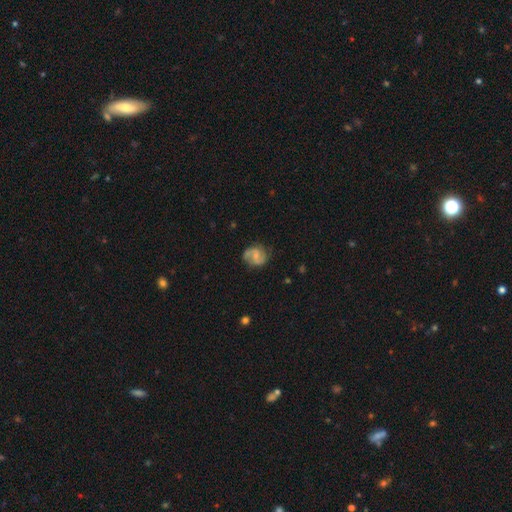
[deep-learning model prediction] Smooth or featured: featured or disk — 69% (smooth — 24%)
Edge-on disk: no — 98% (yes — 2%)
Bar: no — 45% (tied with weak — 45%)
Spiral arms: yes — 93% (no — 7%)
Spiral winding: medium — 50% (tight — 25%)
Spiral arm count: 2 — 86% (can't tell — 7%)
Bulge size: small — 52% (moderate — 31%)
Merging: none — 74% (minor disturbance — 19%)